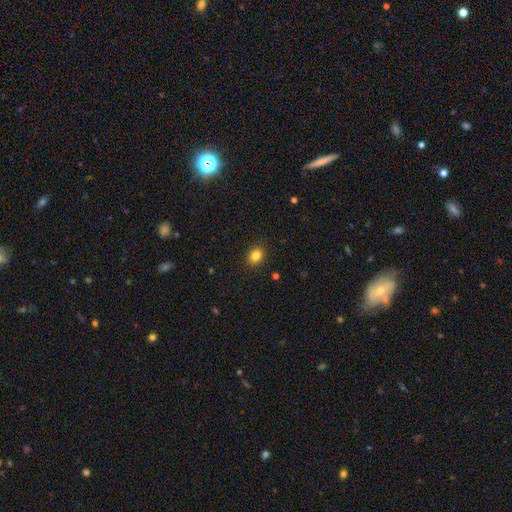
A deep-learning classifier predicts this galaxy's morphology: The model was most divided on "how rounded": round: 59%, in between: 40%, cigar-shaped: 1%. More confident: merging — none (89%); smooth or featured — smooth (83%).